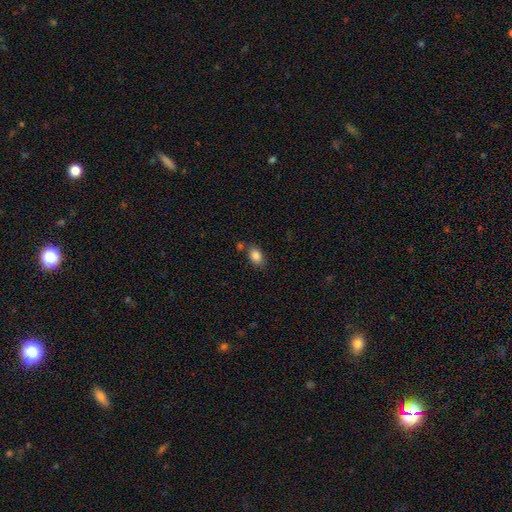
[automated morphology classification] The model was most divided on "merging": none: 71%, minor disturbance: 15%, merger: 11%, major disturbance: 4%. More confident: smooth or featured — smooth (86%); how rounded — in between (85%).